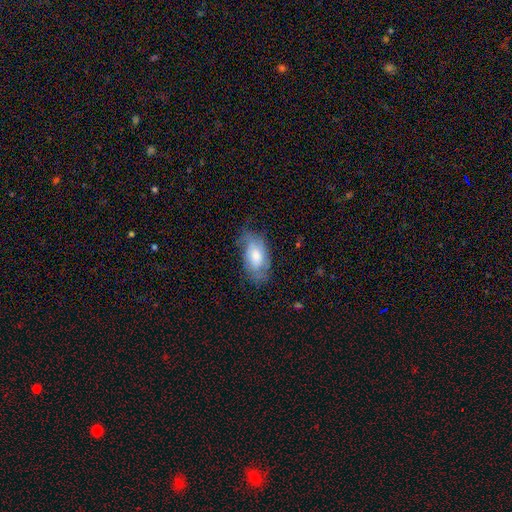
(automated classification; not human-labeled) smooth 53%, featured or disk 40%, star or artifact 7%. Down the decision tree: how rounded — in between (92%); merging — none (59%).